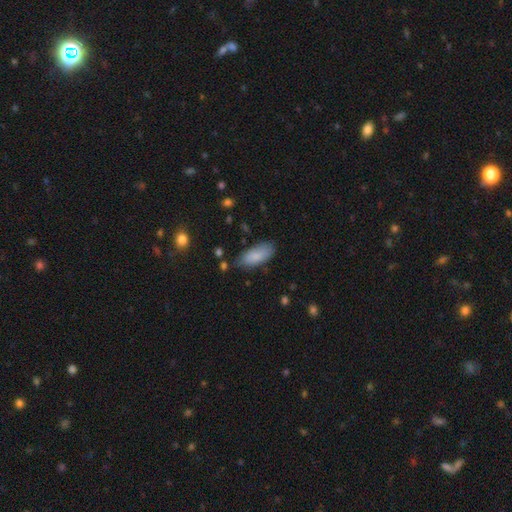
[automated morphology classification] Overall: smooth (85%). How rounded: in between (83%). Merging: none (73%).